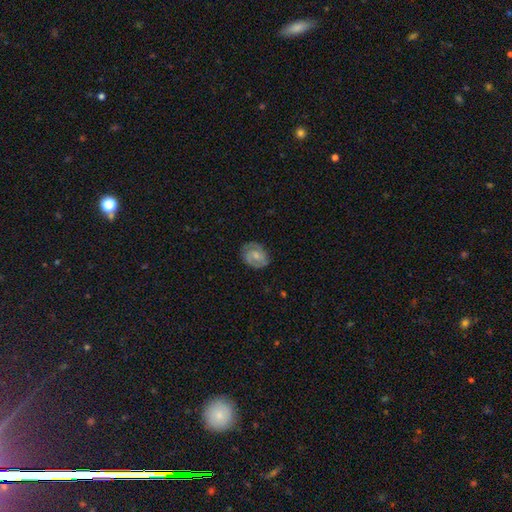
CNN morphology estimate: A featured or disk galaxy (59%) with no bar (48%), spiral arms (86%) and a small central bulge (50%). Merging: none (76%).